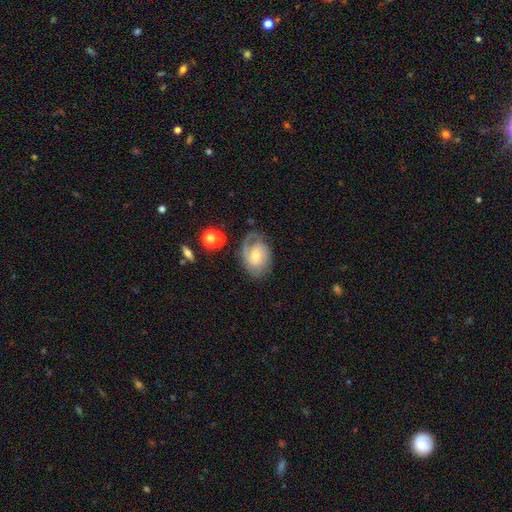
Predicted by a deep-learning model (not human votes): The model was most divided on "spiral arm count": 1: 39%, 2: 38%, can't tell: 15%, 3: 5%, 4: 2%, more than 4: 1%. Remaining: edge-on disk — no (96%); spiral arms — yes (93%); smooth or featured — featured or disk (75%); merging — none (61%); bulge size — moderate (51%); bar — no (51%); spiral winding — tight (43%).